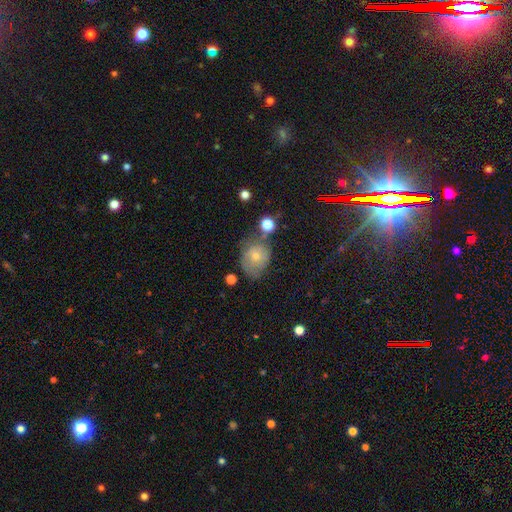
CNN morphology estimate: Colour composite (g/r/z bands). It shows a smooth galaxy with no disk features (47%). Merging: none (58%).